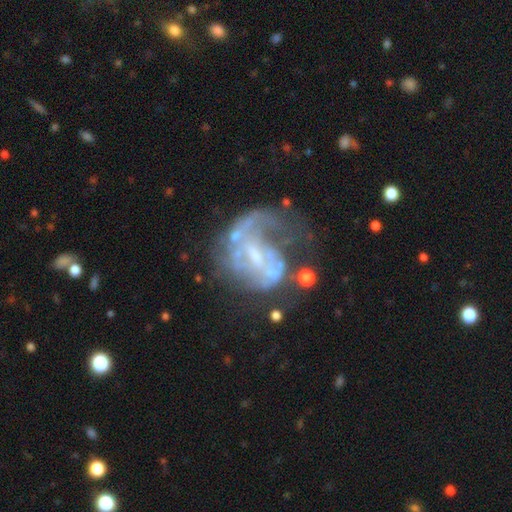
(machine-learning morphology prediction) This appears to be a featured or disk galaxy (76%) with no bar (47%), spiral arms (56%) and a small central bulge (44%). Merging: major disturbance (40%).